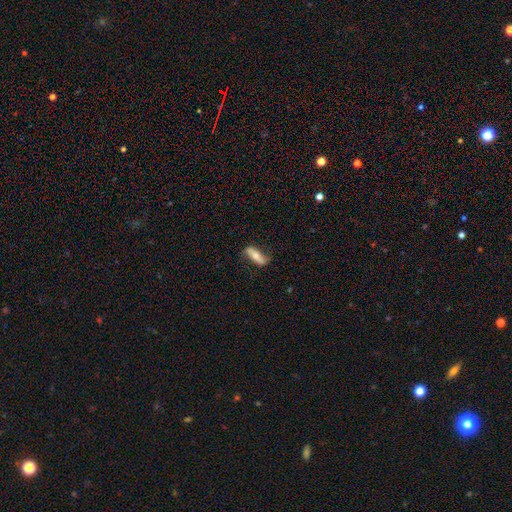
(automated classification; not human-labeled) This appears to be a featured or disk galaxy (49%). Merging: none (71%).